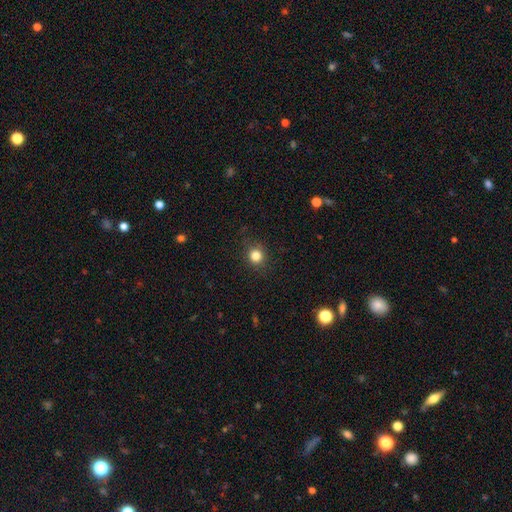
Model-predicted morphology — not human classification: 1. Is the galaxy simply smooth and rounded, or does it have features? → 82% smooth, 12% star or artifact, 5% featured or disk.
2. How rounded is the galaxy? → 87% round, 12% in between, 1% cigar-shaped.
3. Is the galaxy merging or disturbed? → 87% none, 9% minor disturbance, 3% major disturbance, 1% merger.